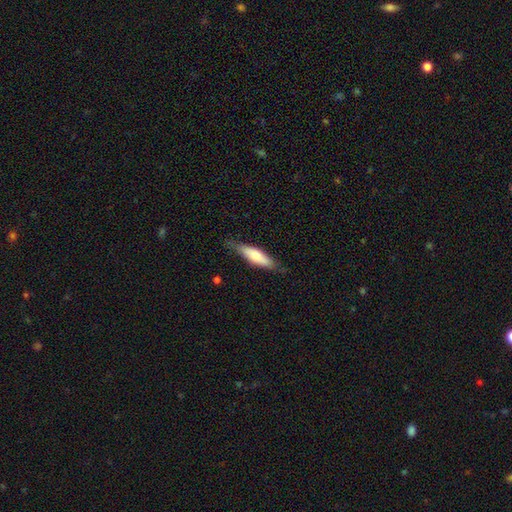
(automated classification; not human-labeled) A smooth galaxy with no disk features (69%) that is cigar-shaped (62%).

Vote fractions:
- Smooth or featured? smooth: 69% / featured or disk: 26% / star or artifact: 5%
- How rounded? cigar-shaped: 62% / in between: 37% / round: 2%
- Merging? none: 71% / minor disturbance: 24% / major disturbance: 4% / merger: 1%